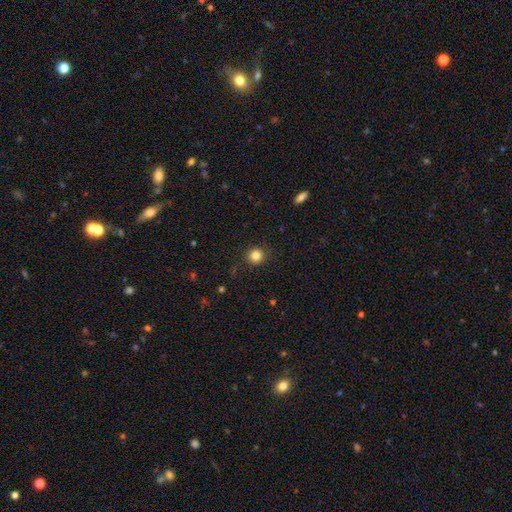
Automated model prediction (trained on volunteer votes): smooth-or-featured: smooth: 83% | star or artifact: 12% | featured or disk: 5%
  how-rounded: round: 92% | in between: 7% | cigar-shaped: 1%
  merging: none: 91% | minor disturbance: 6% | major disturbance: 2% | merger: 1%